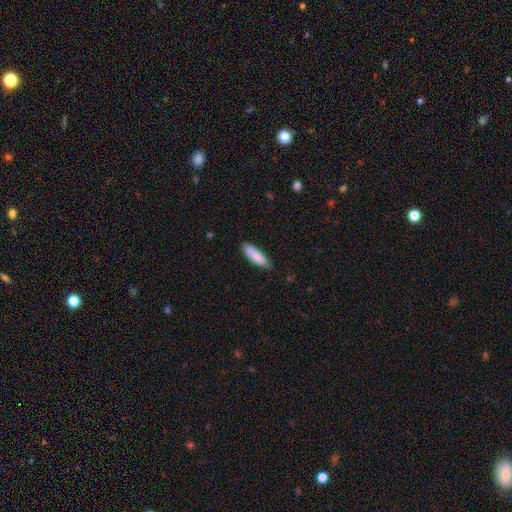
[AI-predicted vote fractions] Smooth or featured?
  - smooth: 85% *
  - featured or disk: 9%
  - star or artifact: 6%
How rounded?
  - cigar-shaped: 60% *
  - in between: 39%
  - round: 1%
Merging?
  - none: 82% *
  - minor disturbance: 14%
  - major disturbance: 2%
  - merger: 1%